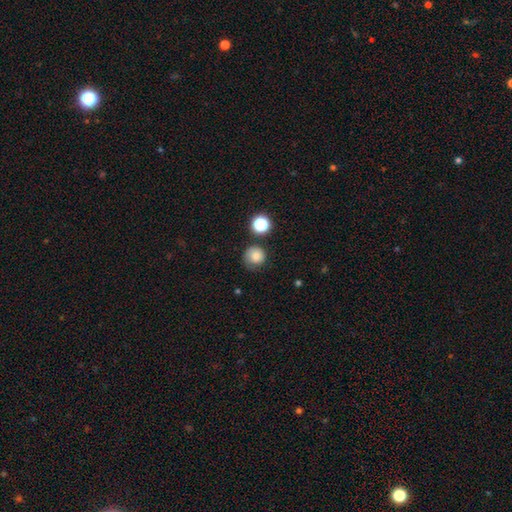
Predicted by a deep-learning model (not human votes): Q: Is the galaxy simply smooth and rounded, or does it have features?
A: smooth — 78%.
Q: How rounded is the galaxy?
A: round — 91%.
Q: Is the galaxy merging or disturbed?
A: none — 66%.